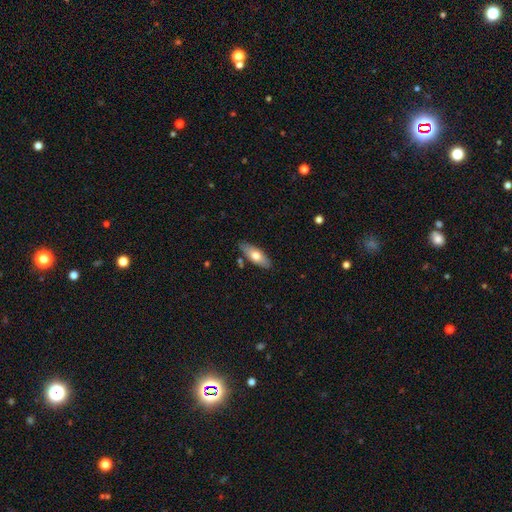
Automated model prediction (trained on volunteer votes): Smooth or featured? smooth (67%)
How rounded? in between (69%)
Merging? none (82%)